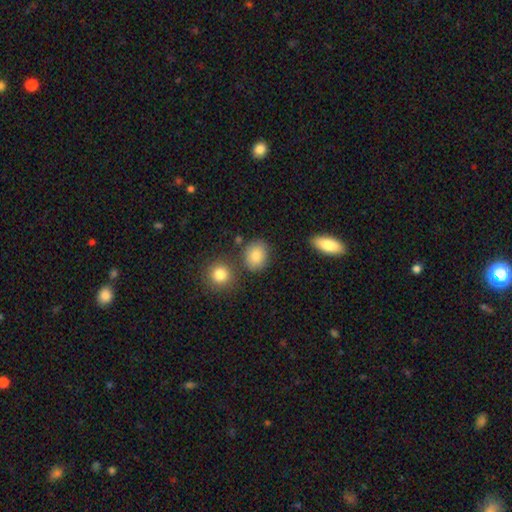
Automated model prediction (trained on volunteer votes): A smooth galaxy with no disk features (84%) that is round (57%). Merging: none (78%).